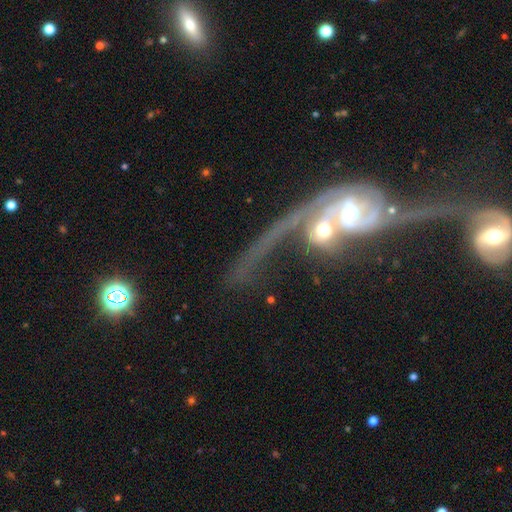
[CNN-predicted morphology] Overall: featured or disk (80%). Edge-on disk: no (90%). Bar: no (46%; weak 36%). Spiral arms: yes (85%). Spiral arm count: 2 (65%). Spiral winding: loose (55%; medium 29%). Bulge size: moderate (52%; small 35%). Merging: merger (65%).